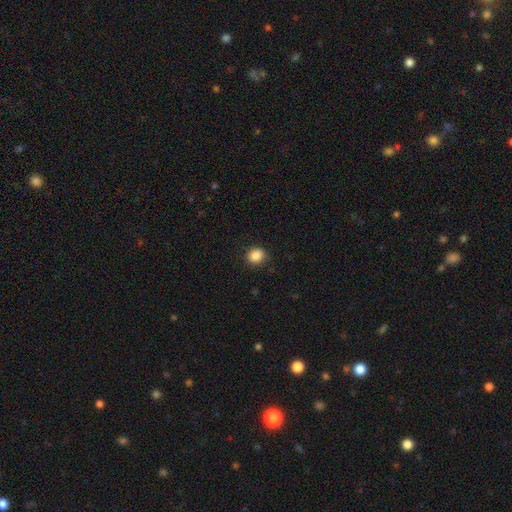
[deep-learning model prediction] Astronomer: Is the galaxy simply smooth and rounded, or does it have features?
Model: smooth — 87%.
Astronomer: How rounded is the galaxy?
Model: round — 73%.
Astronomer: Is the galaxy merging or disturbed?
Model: none — 87%.